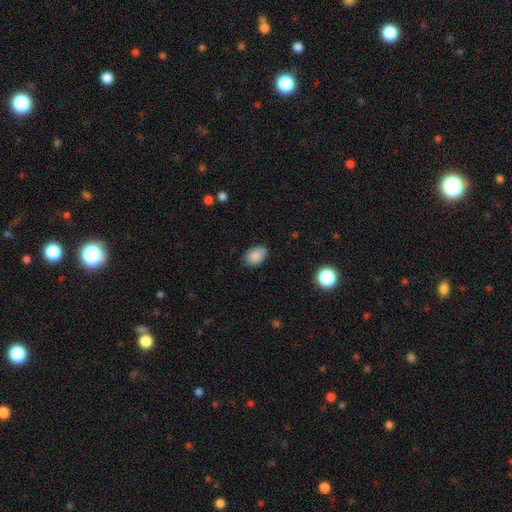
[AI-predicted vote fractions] Smooth or featured? Predicted: smooth (p=0.87). How rounded? Predicted: in between (p=0.82). Merging? Predicted: none (p=0.81).